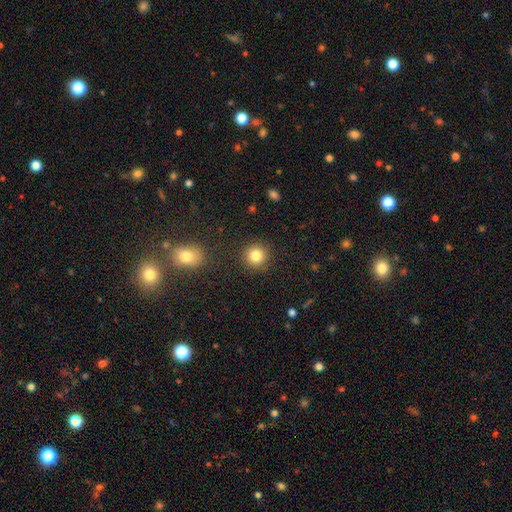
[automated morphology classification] Smooth or featured: smooth — 83% (star or artifact — 11%)
How rounded: round — 93% (in between — 6%)
Merging: none — 90% (minor disturbance — 5%)